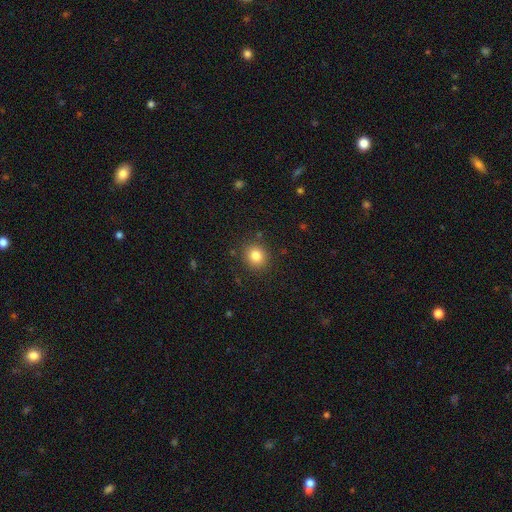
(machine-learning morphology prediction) Smooth or featured: smooth — 82% (star or artifact — 12%)
How rounded: round — 84% (in between — 15%)
Merging: none — 88% (minor disturbance — 8%)